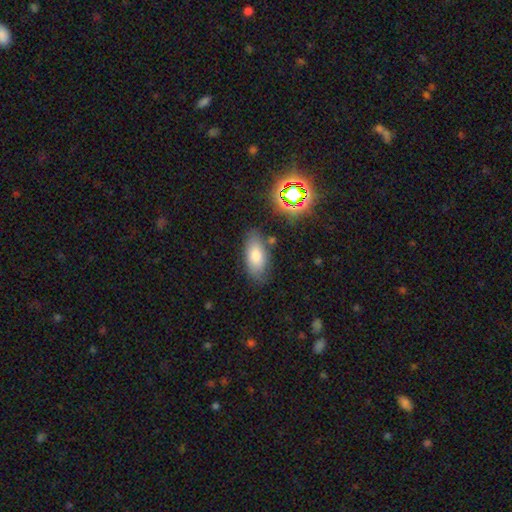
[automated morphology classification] A smooth galaxy with no disk features (74%) that is in between round and cigar-shaped (88%).

Vote fractions:
- Smooth or featured? smooth: 74% / featured or disk: 13% / star or artifact: 12%
- How rounded? in between: 88% / cigar-shaped: 9% / round: 4%
- Merging? none: 76% / minor disturbance: 15% / merger: 4% / major disturbance: 4%